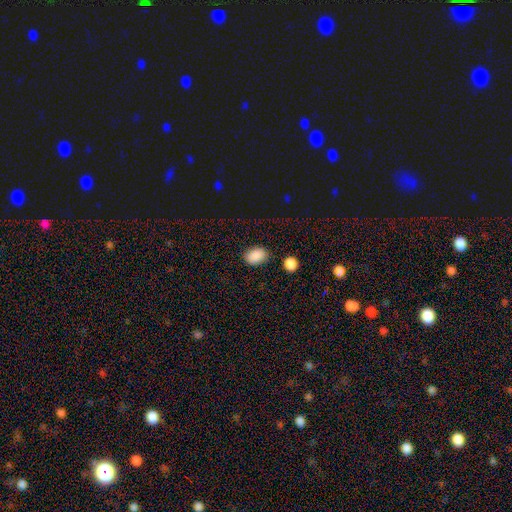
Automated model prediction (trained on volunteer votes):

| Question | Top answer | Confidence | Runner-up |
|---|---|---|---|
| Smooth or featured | smooth | 88% | star or artifact (8%) |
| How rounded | in between | 83% | round (16%) |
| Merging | none | 83% | minor disturbance (11%) |